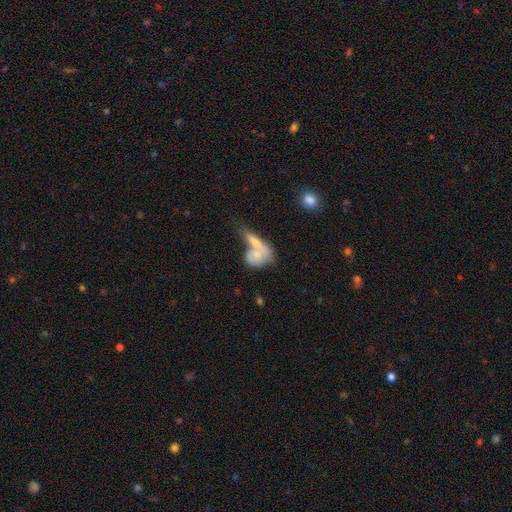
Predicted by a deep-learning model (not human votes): This appears to be a smooth galaxy with no disk features (66%) that is in between round and cigar-shaped (65%). Merging: merger (60%).